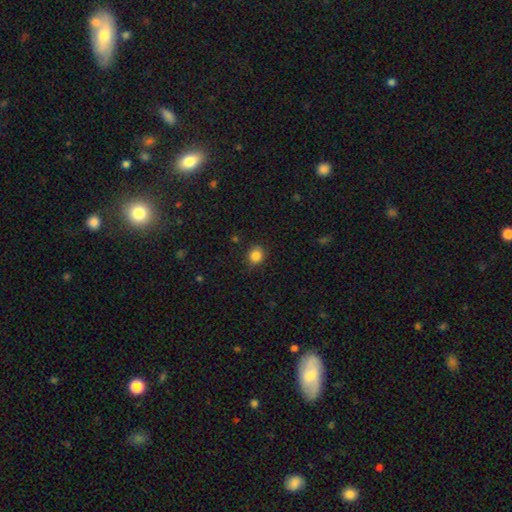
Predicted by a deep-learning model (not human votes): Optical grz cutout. It shows a smooth galaxy with no disk features (85%) that is round (81%). Merging: none (85%).